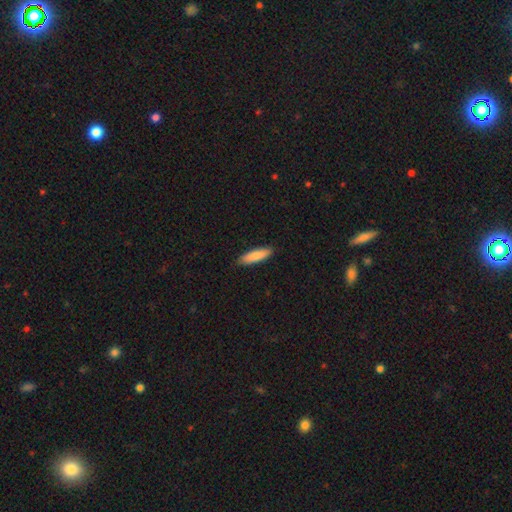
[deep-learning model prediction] Smooth or featured?
  - smooth: 85% *
  - featured or disk: 10%
  - star or artifact: 5%
How rounded?
  - cigar-shaped: 65% *
  - in between: 34%
  - round: 1%
Merging?
  - none: 90% *
  - minor disturbance: 8%
  - major disturbance: 2%
  - merger: 1%